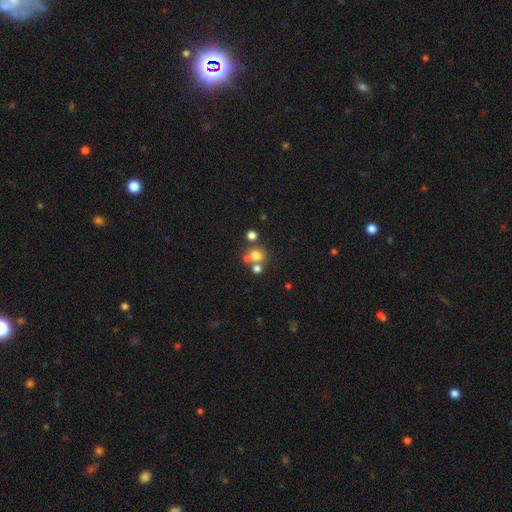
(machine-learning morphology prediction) This is likely a smooth galaxy (70%). How rounded: clearly round (87%). Merging: possibly none (55%).